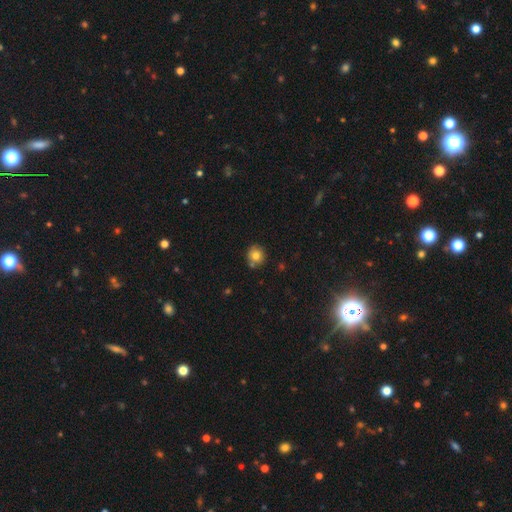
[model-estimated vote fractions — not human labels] This appears to be a smooth galaxy with no disk features (79%) that is round (88%). Merging: none (77%).